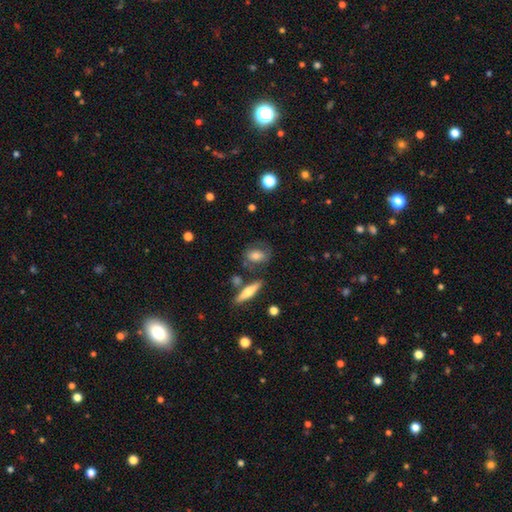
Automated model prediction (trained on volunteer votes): smooth 59%, featured or disk 32%, star or artifact 8%. Down the decision tree: how rounded — in between (70%); merging — none (62%).